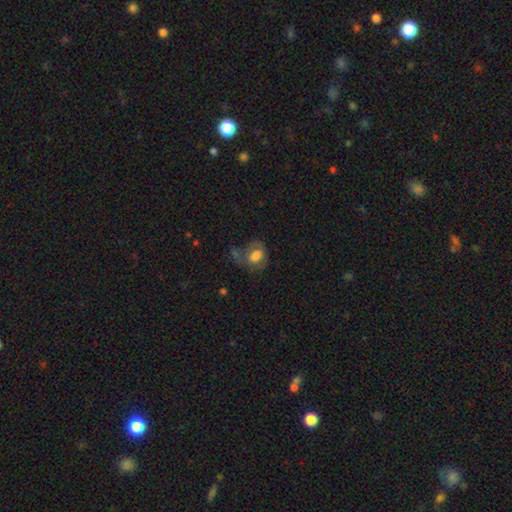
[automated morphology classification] Smooth or featured? smooth (61%)
How rounded? in between (61%)
Merging? none (34%)